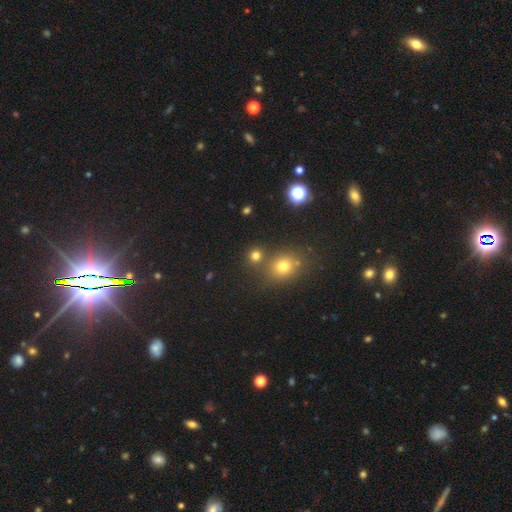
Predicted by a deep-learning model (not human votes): smooth 72%, star or artifact 21%, featured or disk 7%. Down the decision tree: how rounded — round (83%); merging — none (72%).